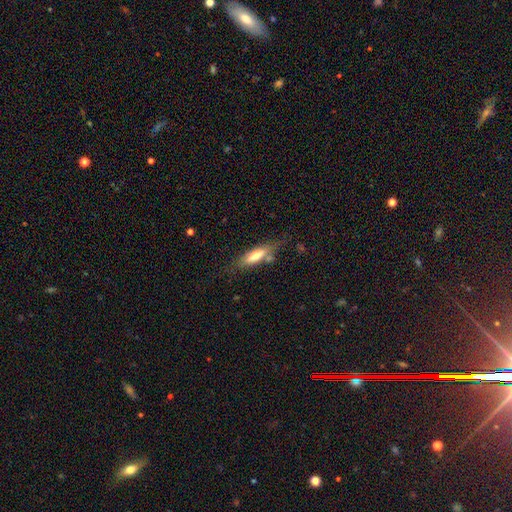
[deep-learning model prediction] This appears to be a smooth galaxy with no disk features (59%) that is cigar-shaped (61%). Merging: none (65%).